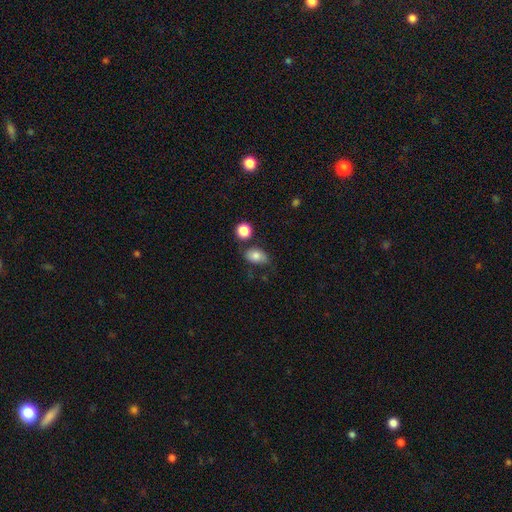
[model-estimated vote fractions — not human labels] smooth-or-featured: smooth: 79% | featured or disk: 11% | star or artifact: 9%
  how-rounded: in between: 82% | round: 16% | cigar-shaped: 2%
  merging: none: 64% | minor disturbance: 20% | merger: 10% | major disturbance: 6%